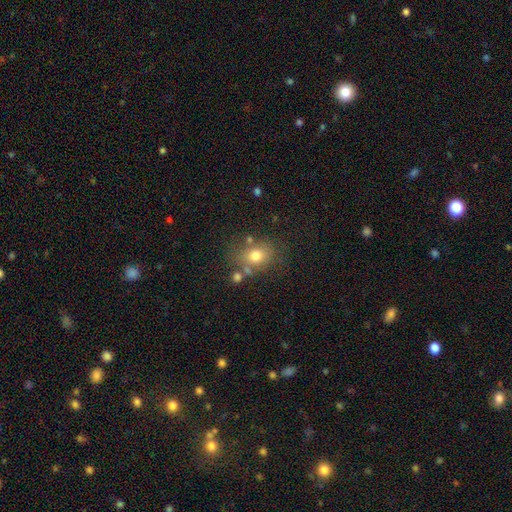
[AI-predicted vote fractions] smooth-or-featured: smooth: 73% | featured or disk: 14% | star or artifact: 12%
  how-rounded: in between: 54% | round: 45% | cigar-shaped: 1%
  merging: none: 64% | minor disturbance: 17% | merger: 12% | major disturbance: 7%